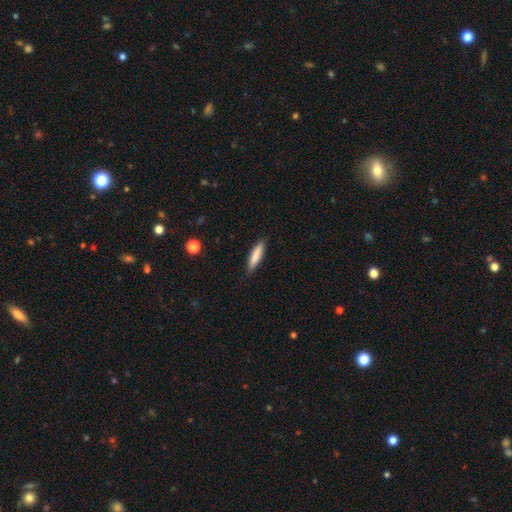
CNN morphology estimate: smooth 81%, featured or disk 13%, star or artifact 6%. Down the decision tree: how rounded — cigar-shaped (80%); merging — none (87%).